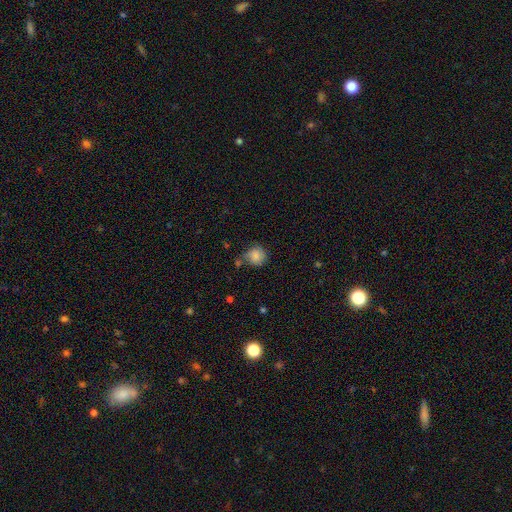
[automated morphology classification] Overall: smooth (80%). How rounded: round (85%). Merging: none (58%; minor disturbance 25%).